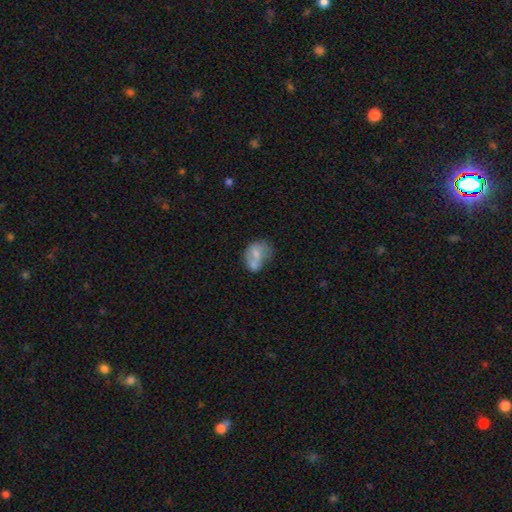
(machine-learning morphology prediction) smooth 61%, featured or disk 30%, star or artifact 9%. Down the decision tree: how rounded — in between (64%); merging — merger (39%).